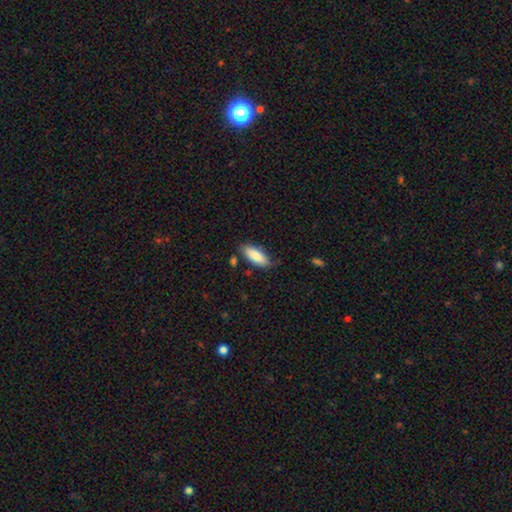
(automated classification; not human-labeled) A smooth galaxy with no disk features (84%) that is in between round and cigar-shaped (73%).

Vote fractions:
- Smooth or featured? smooth: 84% / featured or disk: 10% / star or artifact: 6%
- How rounded? in between: 73% / cigar-shaped: 25% / round: 2%
- Merging? none: 74% / minor disturbance: 19% / major disturbance: 4% / merger: 3%